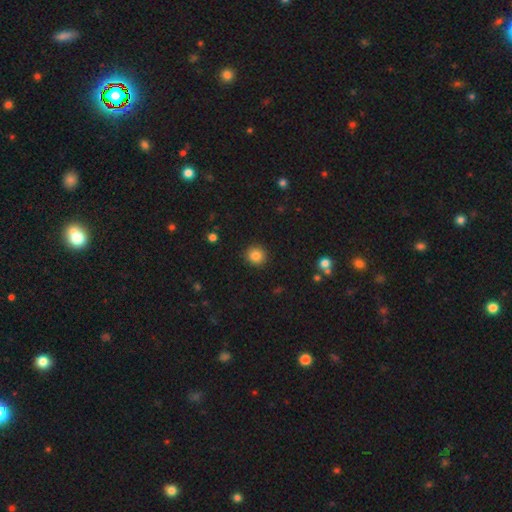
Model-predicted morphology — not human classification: Q: Smooth or featured?
A: smooth (84%); runner-up: star or artifact (10%)
Q: How rounded?
A: round (92%); runner-up: in between (7%)
Q: Merging?
A: none (92%); runner-up: minor disturbance (5%)